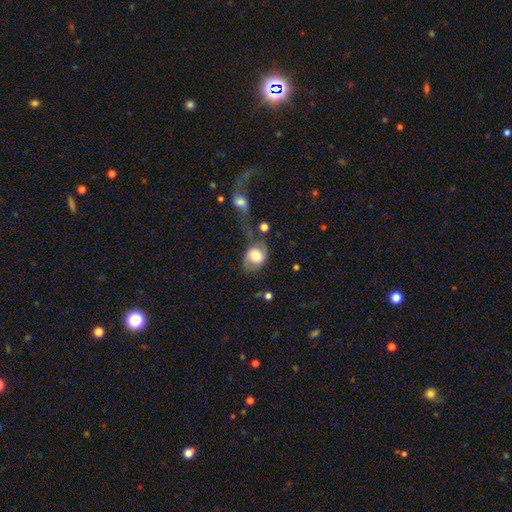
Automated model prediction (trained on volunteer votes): smooth_or_featured: smooth (p=0.71) [alt: featured or disk p=0.22]
how_rounded: round (p=0.56) [alt: in between p=0.43]
merging: none (p=0.33) [alt: major disturbance p=0.24]